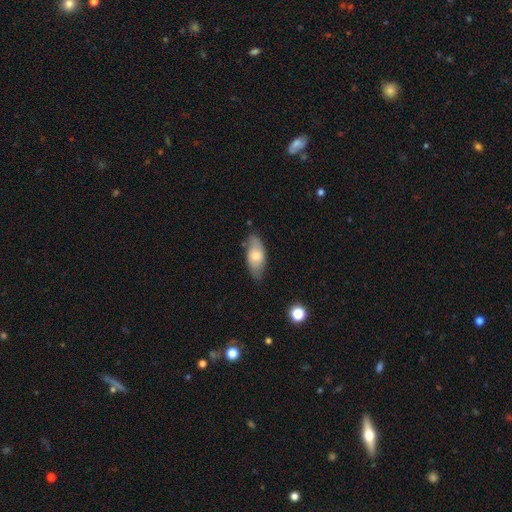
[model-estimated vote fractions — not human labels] smooth_or_featured: smooth (p=0.66) [alt: featured or disk p=0.28]
how_rounded: in between (p=0.88) [alt: cigar-shaped p=0.09]
merging: none (p=0.72) [alt: minor disturbance p=0.22]